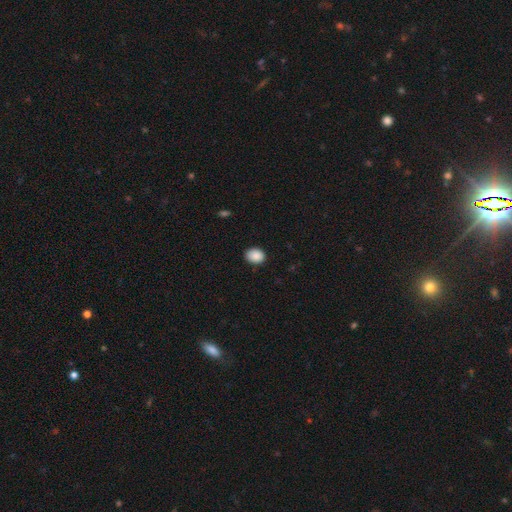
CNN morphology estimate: smooth 89%, star or artifact 8%, featured or disk 3%. Down the decision tree: how rounded — in between (54%); merging — none (88%).